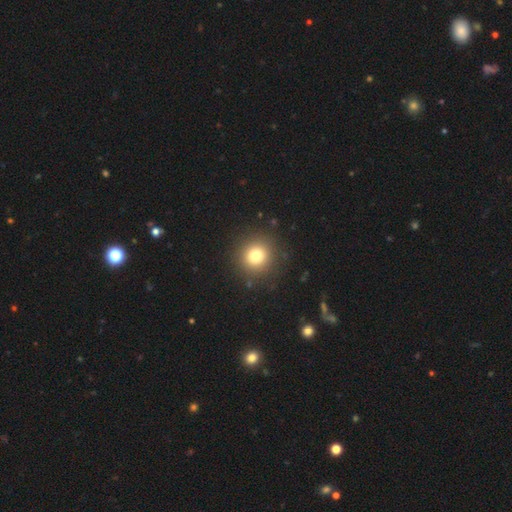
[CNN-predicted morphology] Smooth or featured: smooth — 80% (star or artifact — 12%)
How rounded: round — 92% (in between — 7%)
Merging: none — 89% (minor disturbance — 7%)